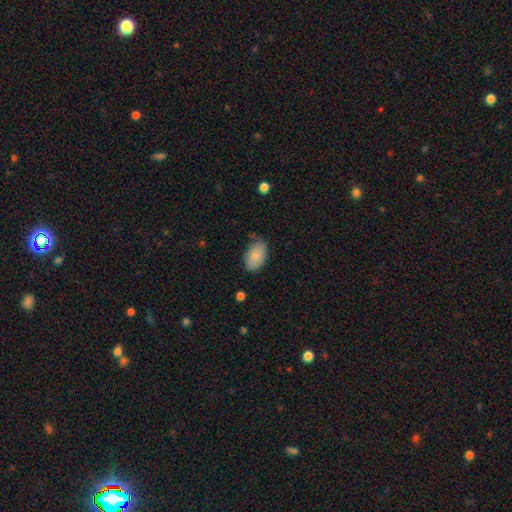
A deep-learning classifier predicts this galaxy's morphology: The model was most divided on "merging": none: 77%, minor disturbance: 18%, major disturbance: 3%, merger: 2%. More confident: how rounded — in between (93%); smooth or featured — smooth (87%).